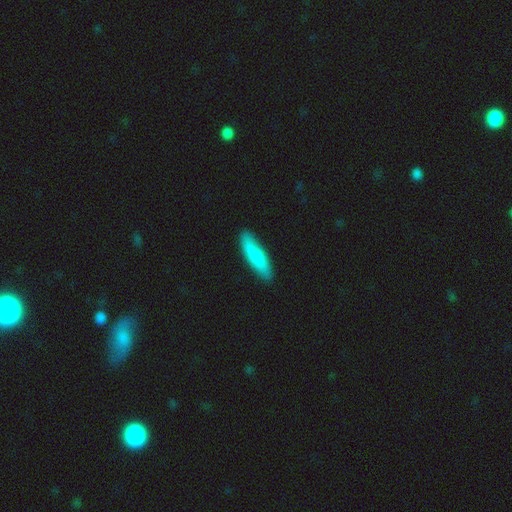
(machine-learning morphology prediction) Smooth or featured? Predicted: smooth (p=0.80). How rounded? Predicted: cigar-shaped (p=0.70). Merging? Predicted: none (p=0.83).